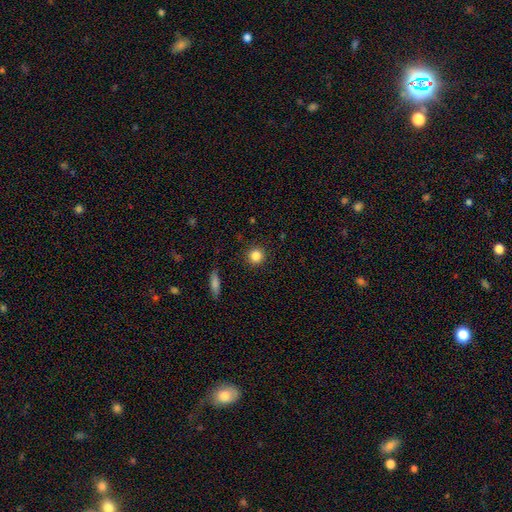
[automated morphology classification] smooth-or-featured: smooth: 84% | star or artifact: 11% | featured or disk: 5%
  how-rounded: round: 93% | in between: 6% | cigar-shaped: 1%
  merging: none: 91% | minor disturbance: 6% | major disturbance: 2% | merger: 1%